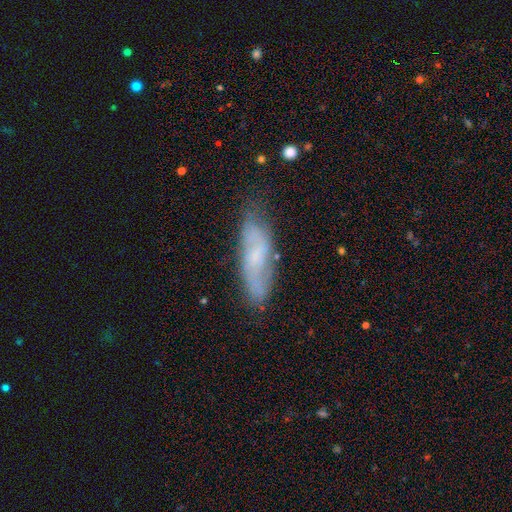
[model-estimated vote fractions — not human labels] Smooth or featured?
  - featured or disk: 50% *
  - smooth: 42%
  - star or artifact: 8%
Merging?
  - none: 71% *
  - minor disturbance: 21%
  - major disturbance: 6%
  - merger: 3%